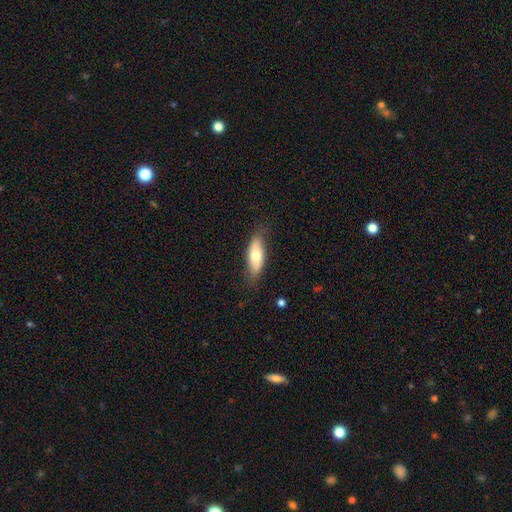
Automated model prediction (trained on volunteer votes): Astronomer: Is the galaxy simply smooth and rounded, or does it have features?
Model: smooth — 64%.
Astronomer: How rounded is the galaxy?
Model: in between — 75%.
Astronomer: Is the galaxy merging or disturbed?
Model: none — 75%.